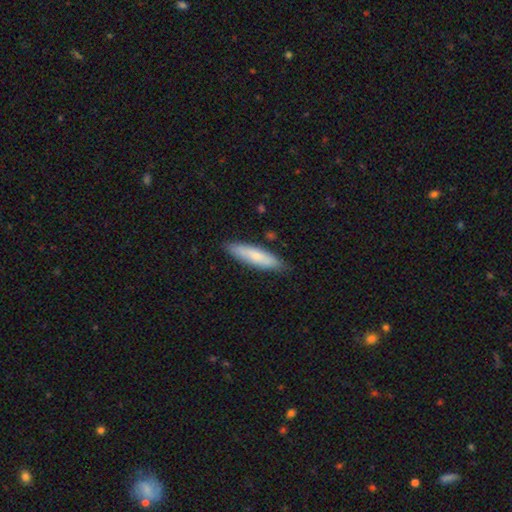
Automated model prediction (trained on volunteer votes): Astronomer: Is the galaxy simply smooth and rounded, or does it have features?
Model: smooth — 71%.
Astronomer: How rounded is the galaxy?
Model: cigar-shaped — 76%.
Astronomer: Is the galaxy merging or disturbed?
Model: none — 86%.